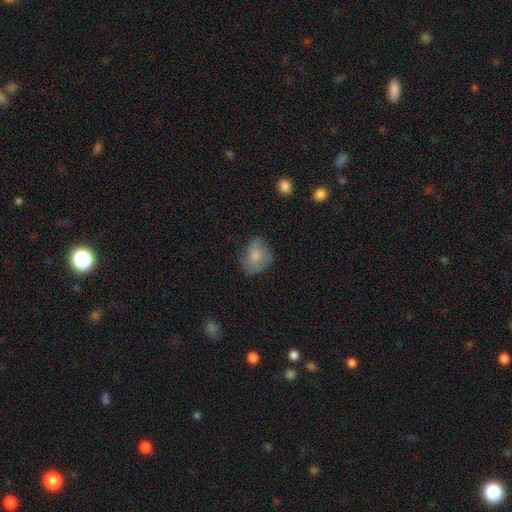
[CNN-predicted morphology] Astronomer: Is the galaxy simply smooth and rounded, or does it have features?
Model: smooth — 71%.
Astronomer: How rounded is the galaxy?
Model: in between — 54% (runner-up: round, 45%).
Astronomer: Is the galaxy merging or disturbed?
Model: none — 53% (runner-up: minor disturbance, 32%).